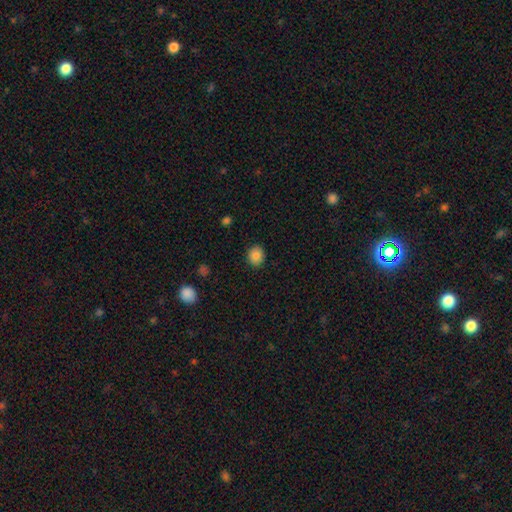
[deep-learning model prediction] smooth 85%, star or artifact 9%, featured or disk 6%. Down the decision tree: how rounded — round (71%); merging — none (88%).